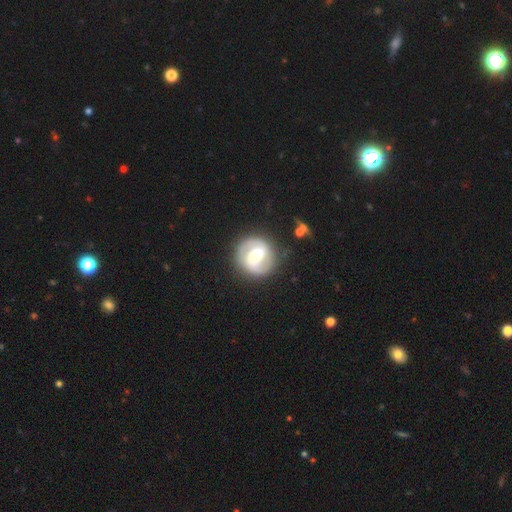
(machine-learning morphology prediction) Smooth or featured? Predicted: featured or disk (p=0.72). Edge-on disk? Predicted: no (p=0.97). Bar? Predicted: strong (p=0.46). Spiral arms? Predicted: yes (p=0.84). Spiral winding? Predicted: medium (p=0.44). Spiral arm count? Predicted: 2 (p=0.88). Bulge size? Predicted: moderate (p=0.52). Merging? Predicted: none (p=0.83).